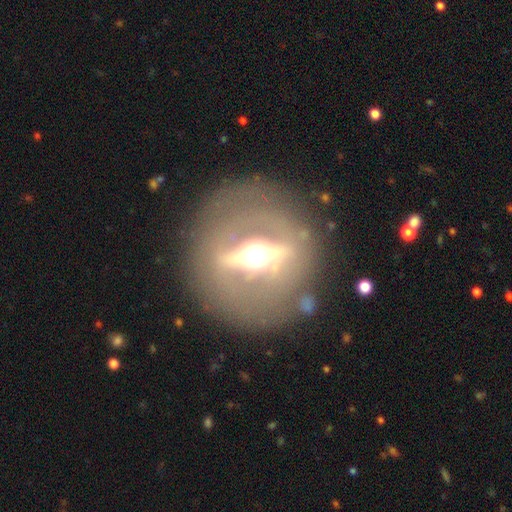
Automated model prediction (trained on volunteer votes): Smooth or featured? featured or disk (82%)
Edge-on disk? no (51%)
Merging? none (81%)